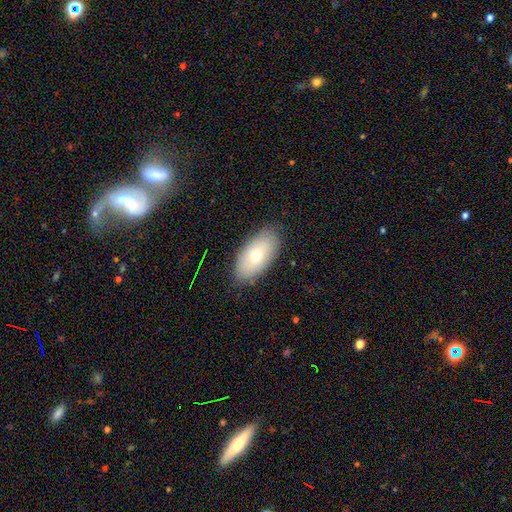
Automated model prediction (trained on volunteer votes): smooth_or_featured: smooth (p=0.67) [alt: featured or disk p=0.26]
how_rounded: in between (p=0.93) [alt: round p=0.04]
merging: none (p=0.85) [alt: minor disturbance p=0.11]